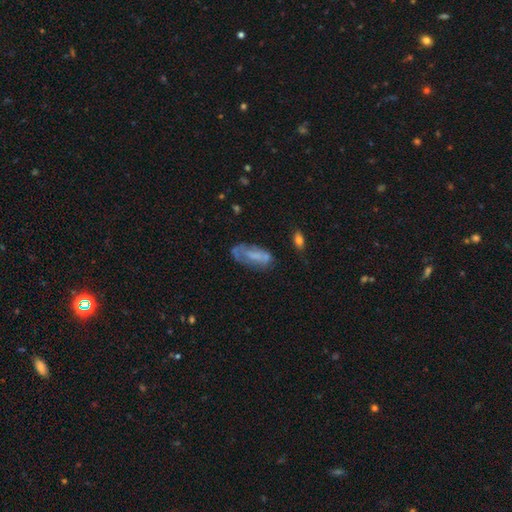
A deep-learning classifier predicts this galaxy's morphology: Q: Smooth or featured?
A: smooth (46%); runner-up: featured or disk (45%)
Q: Merging?
A: none (47%); runner-up: minor disturbance (28%)